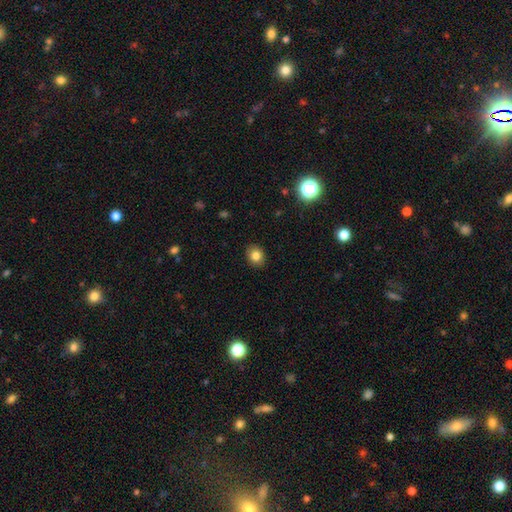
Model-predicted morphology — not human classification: This is clearly a smooth galaxy (83%). How rounded: possibly round (60%). Merging: clearly none (90%).